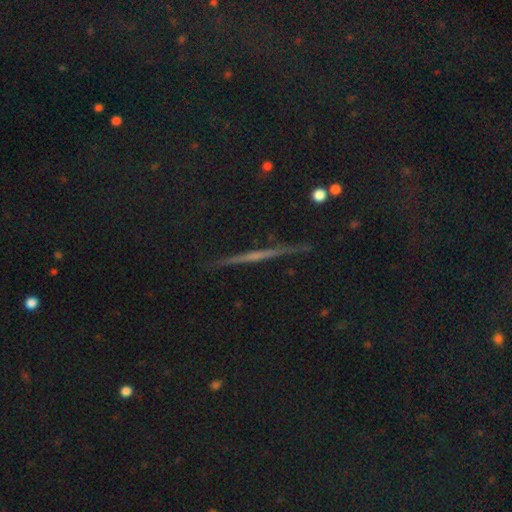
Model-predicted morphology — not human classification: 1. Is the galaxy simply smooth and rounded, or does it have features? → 46% featured or disk, 33% star or artifact, 21% smooth.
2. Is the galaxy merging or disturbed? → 91% none, 6% minor disturbance, 2% major disturbance, 2% merger.